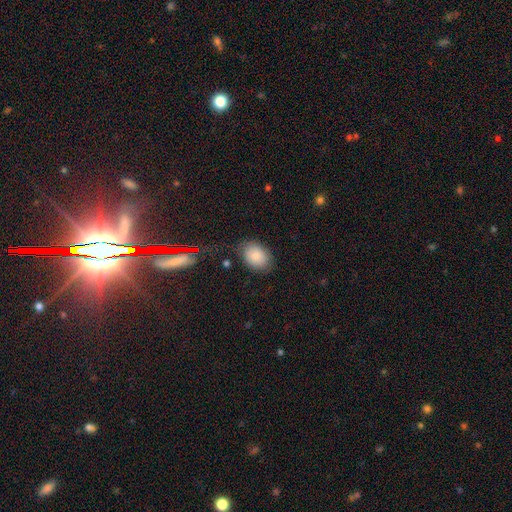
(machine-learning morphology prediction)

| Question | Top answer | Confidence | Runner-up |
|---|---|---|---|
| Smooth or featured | smooth | 80% | featured or disk (11%) |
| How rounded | in between | 72% | round (27%) |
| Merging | none | 78% | minor disturbance (15%) |